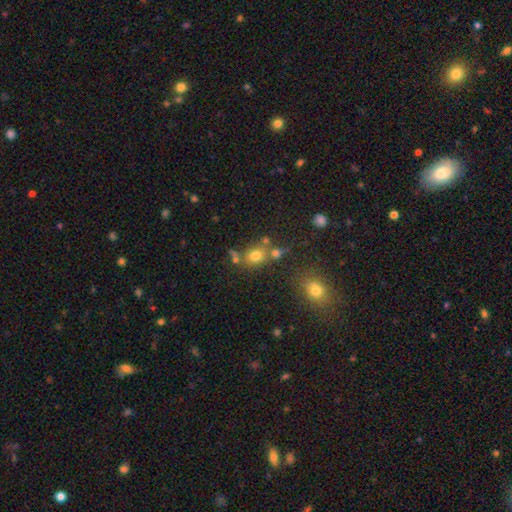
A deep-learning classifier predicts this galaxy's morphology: The model was most divided on "how rounded": round: 54%, in between: 44%, cigar-shaped: 1%. More confident: smooth or featured — smooth (71%); merging — none (58%).